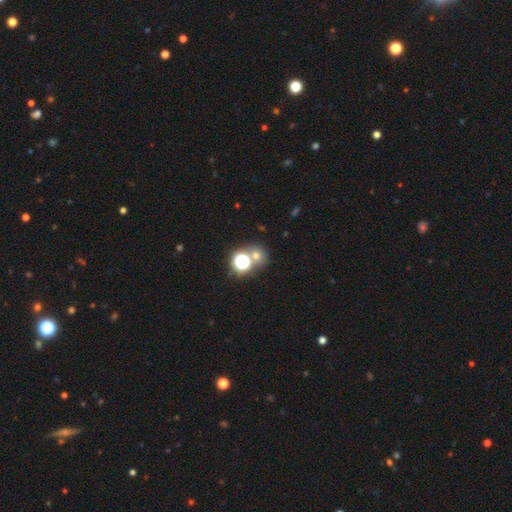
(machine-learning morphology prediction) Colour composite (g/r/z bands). It shows a smooth galaxy with no disk features (59%) that is round (80%). Merging: none (62%).